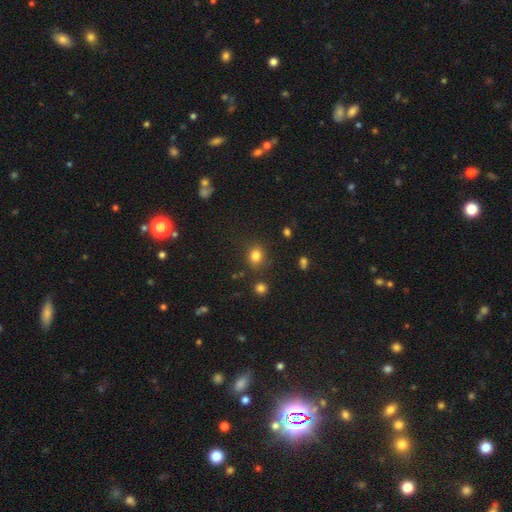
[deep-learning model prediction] A smooth galaxy with no disk features (81%) that is round (62%). Merging: none (79%).